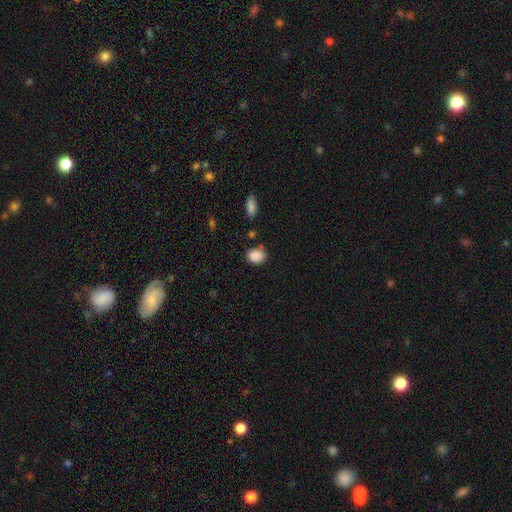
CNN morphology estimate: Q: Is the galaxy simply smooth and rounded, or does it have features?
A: smooth — 88%.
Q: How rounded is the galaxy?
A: round — 60%.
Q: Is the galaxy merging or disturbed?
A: none — 76%.